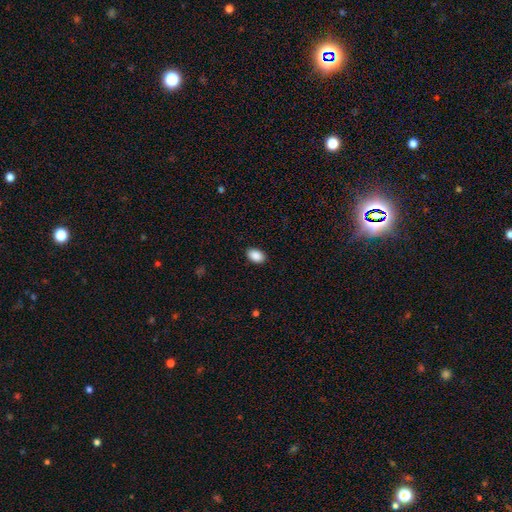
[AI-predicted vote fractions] Overall: smooth (90%). How rounded: in between (89%). Merging: none (89%).